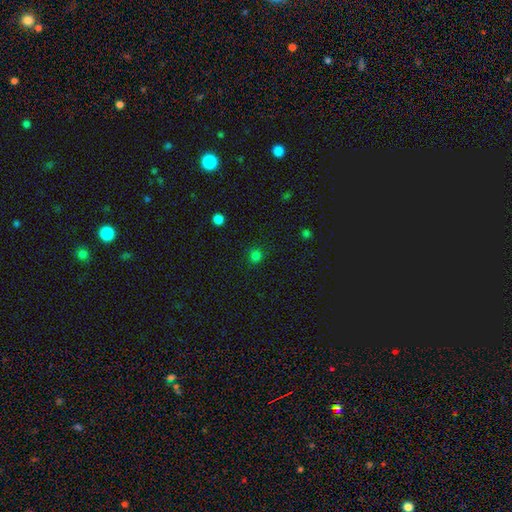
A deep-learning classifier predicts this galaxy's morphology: The model was most divided on "smooth or featured": smooth: 76%, star or artifact: 20%, featured or disk: 4%. More confident: how rounded — round (89%); merging — none (85%).